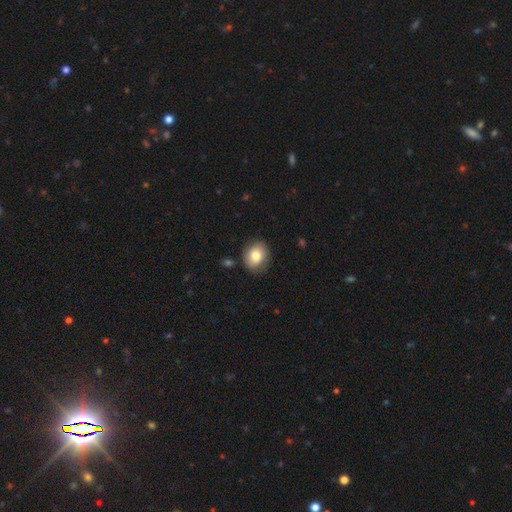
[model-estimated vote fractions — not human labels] smooth 81%, featured or disk 11%, star or artifact 8%. Down the decision tree: how rounded — round (55%); merging — none (83%).